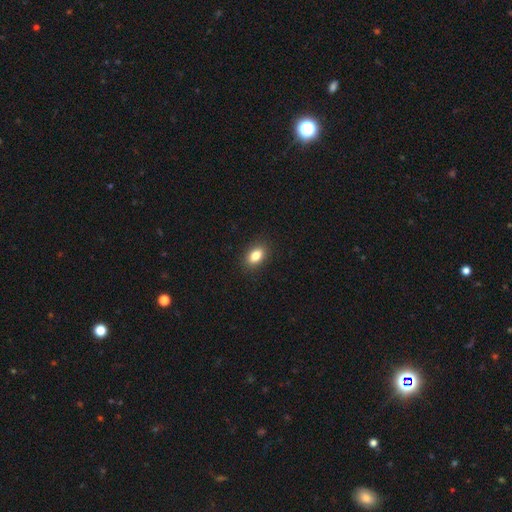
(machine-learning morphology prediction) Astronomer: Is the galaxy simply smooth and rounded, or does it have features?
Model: smooth — 84%.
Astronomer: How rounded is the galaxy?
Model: in between — 85%.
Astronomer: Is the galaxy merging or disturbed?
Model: none — 89%.